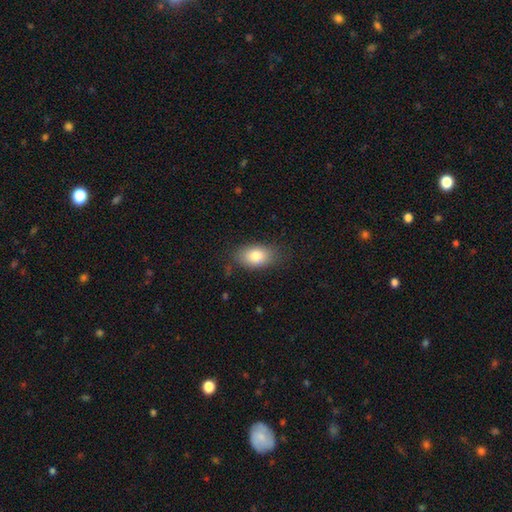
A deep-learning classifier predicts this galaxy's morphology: Smooth or featured?
  - smooth: 81% *
  - featured or disk: 11%
  - star or artifact: 8%
How rounded?
  - in between: 88% *
  - round: 10%
  - cigar-shaped: 2%
Merging?
  - none: 79% *
  - minor disturbance: 16%
  - major disturbance: 4%
  - merger: 1%